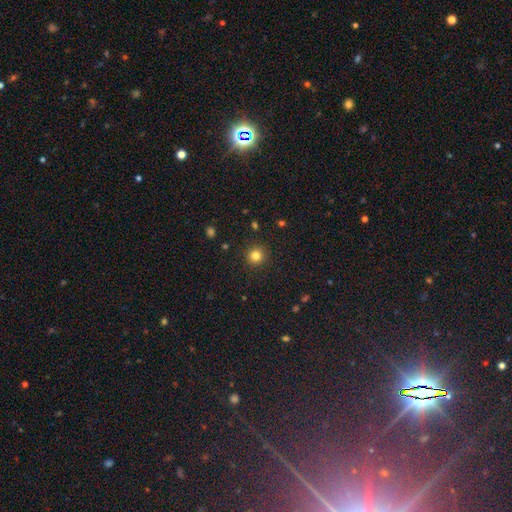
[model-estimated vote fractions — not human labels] Morphology: type=smooth (82%); roundness=round (93%); merging=none (91%).